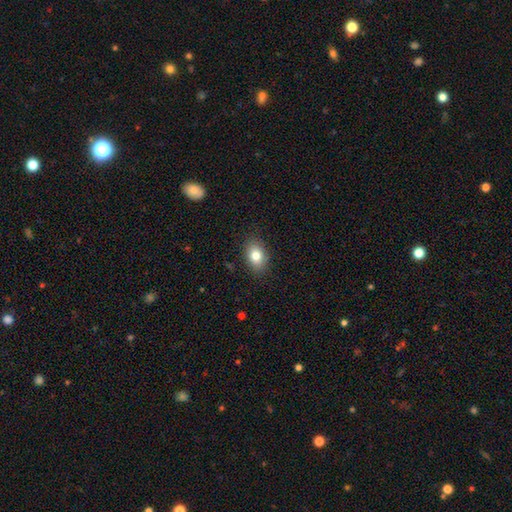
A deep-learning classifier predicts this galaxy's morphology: Q: Smooth or featured?
A: smooth (80%); runner-up: featured or disk (11%)
Q: How rounded?
A: in between (80%); runner-up: round (18%)
Q: Merging?
A: none (87%); runner-up: minor disturbance (10%)